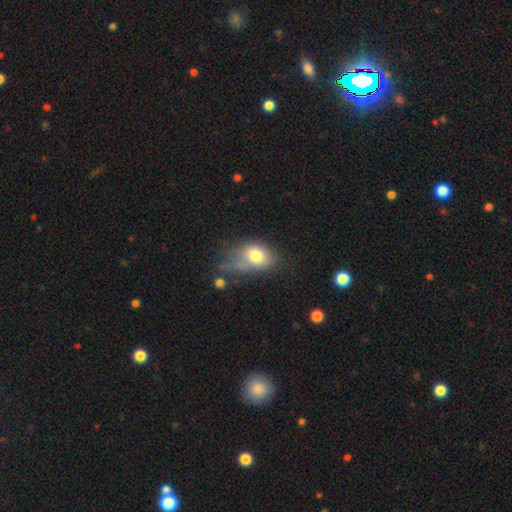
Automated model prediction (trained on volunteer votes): A smooth galaxy with no disk features (76%) that is in between round and cigar-shaped (78%).

Vote fractions:
- Smooth or featured? smooth: 76% / featured or disk: 15% / star or artifact: 9%
- How rounded? in between: 78% / round: 20% / cigar-shaped: 2%
- Merging? none: 31% / minor disturbance: 29% / major disturbance: 28% / merger: 13%